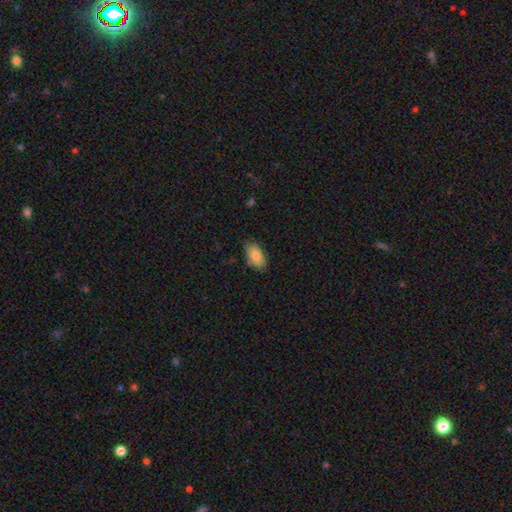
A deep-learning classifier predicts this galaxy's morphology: Smooth or featured: smooth — 83% (featured or disk — 11%)
How rounded: in between — 93% (round — 4%)
Merging: none — 81% (minor disturbance — 15%)